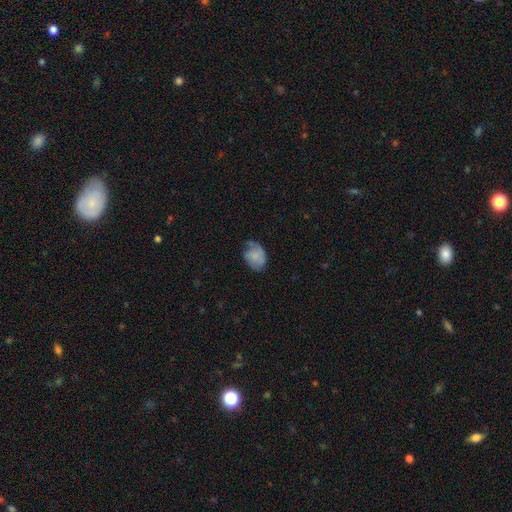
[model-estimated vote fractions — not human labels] This appears to be a smooth galaxy with no disk features (62%) that is in between round and cigar-shaped (72%). Merging: none (46%).